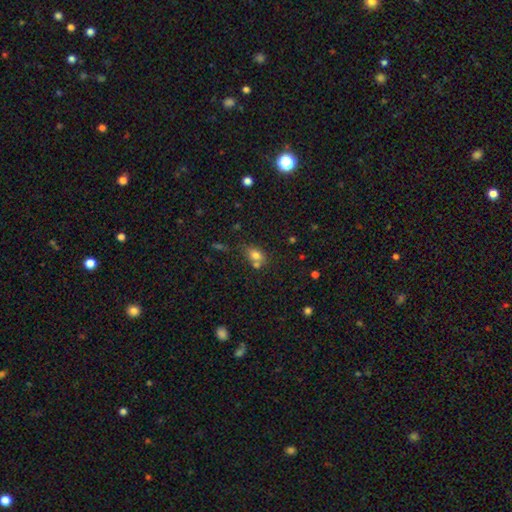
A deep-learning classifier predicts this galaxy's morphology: Overall: smooth (77%). How rounded: in between (65%; round 34%). Merging: none (49%; merger 31%).